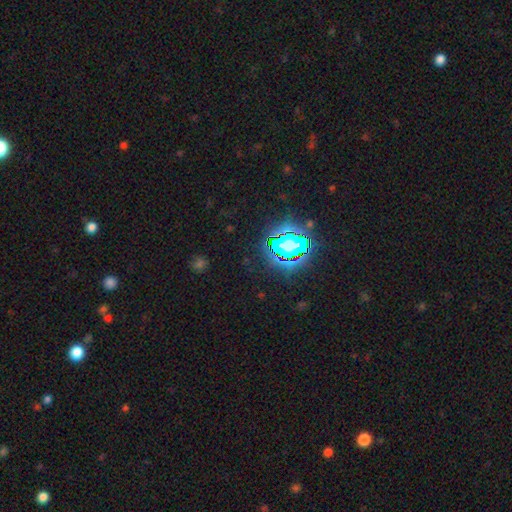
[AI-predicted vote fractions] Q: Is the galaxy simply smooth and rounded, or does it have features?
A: star or artifact — 81%.